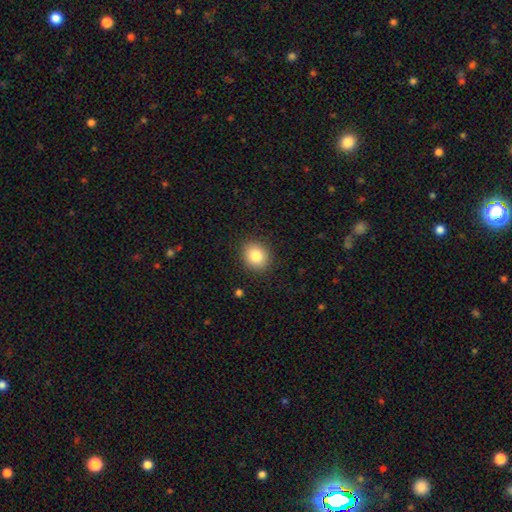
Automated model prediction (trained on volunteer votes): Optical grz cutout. It shows a smooth galaxy with no disk features (83%) that is round (67%). Merging: none (89%).